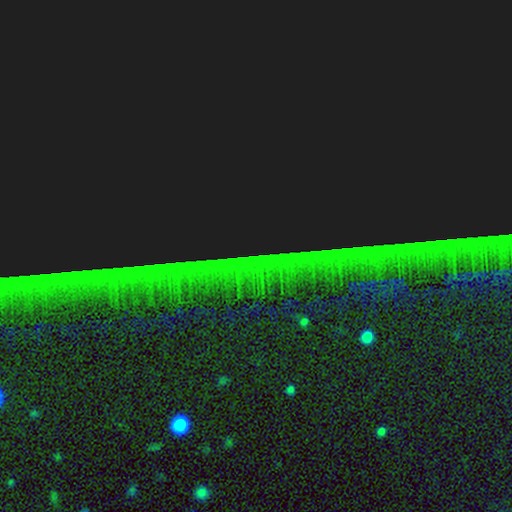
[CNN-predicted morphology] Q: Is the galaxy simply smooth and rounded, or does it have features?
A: star or artifact — 87%.